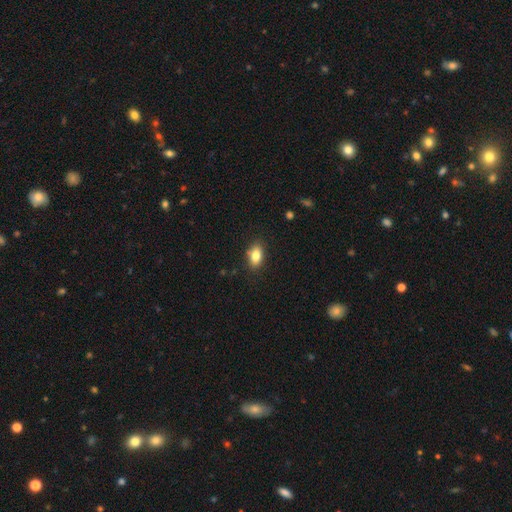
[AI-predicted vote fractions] Smooth or featured? smooth (82%)
How rounded? in between (87%)
Merging? none (84%)